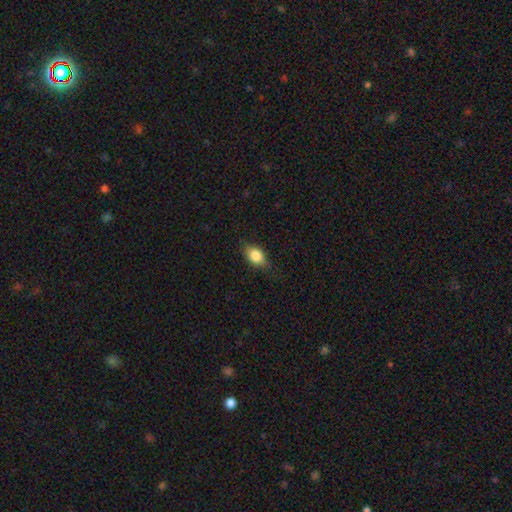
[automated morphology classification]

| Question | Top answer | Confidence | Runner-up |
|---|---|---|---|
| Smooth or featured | smooth | 80% | featured or disk (12%) |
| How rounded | in between | 82% | round (14%) |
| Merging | none | 79% | minor disturbance (16%) |